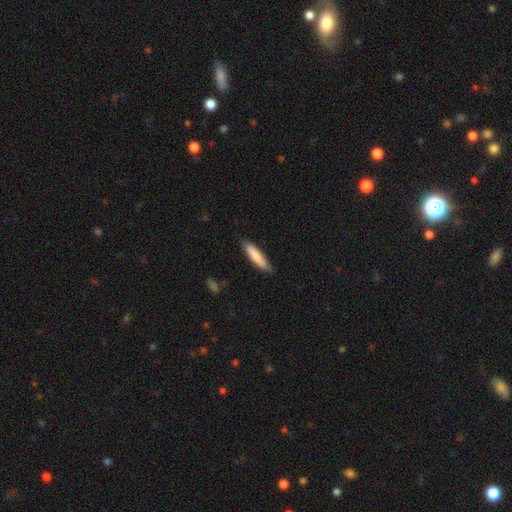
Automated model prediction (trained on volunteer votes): smooth 81%, featured or disk 13%, star or artifact 5%. Down the decision tree: how rounded — cigar-shaped (78%); merging — none (84%).